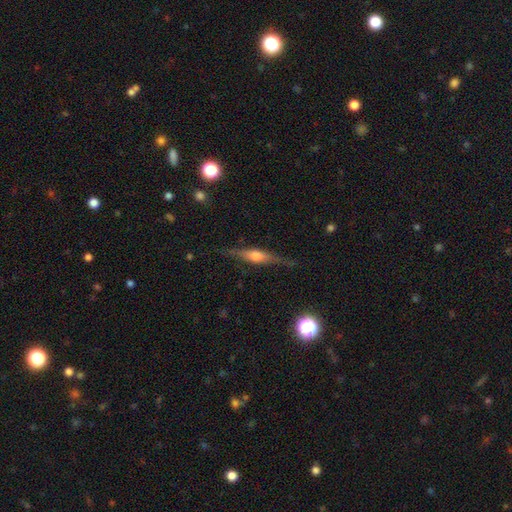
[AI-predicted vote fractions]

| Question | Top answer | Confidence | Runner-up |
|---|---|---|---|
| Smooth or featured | featured or disk | 68% | smooth (25%) |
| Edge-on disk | yes | 96% | no (4%) |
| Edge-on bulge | rounded | 79% | boxy (17%) |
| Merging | none | 80% | minor disturbance (14%) |